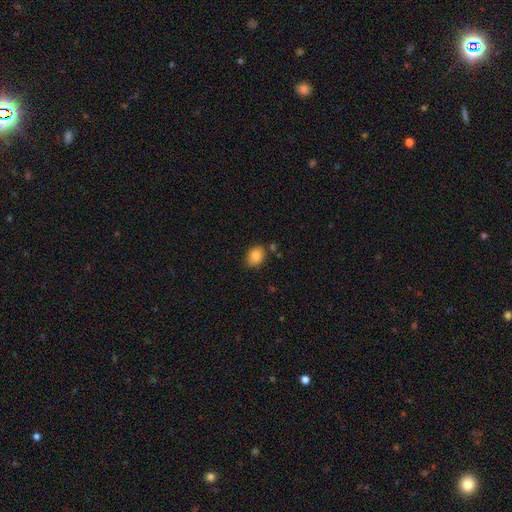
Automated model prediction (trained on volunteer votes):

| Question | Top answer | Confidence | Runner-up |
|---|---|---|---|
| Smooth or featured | smooth | 86% | star or artifact (9%) |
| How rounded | round | 51% | in between (48%) |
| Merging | none | 74% | minor disturbance (17%) |